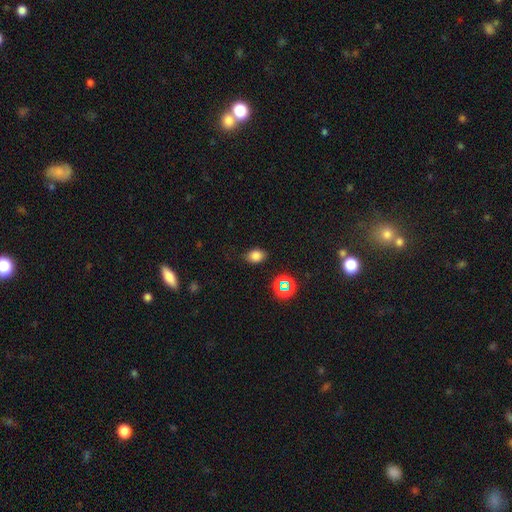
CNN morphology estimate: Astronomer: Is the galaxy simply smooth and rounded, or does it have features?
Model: smooth — 77%.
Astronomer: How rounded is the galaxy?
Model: in between — 65%.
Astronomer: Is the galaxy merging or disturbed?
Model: none — 76%.